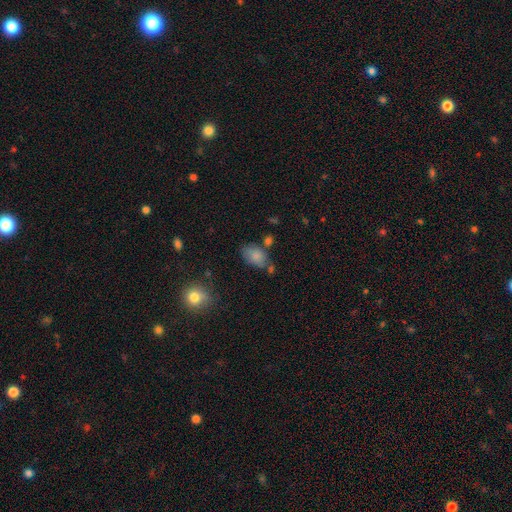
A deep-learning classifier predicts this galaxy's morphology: This is clearly a smooth galaxy (81%). How rounded: clearly in between (89%). Merging: possibly none (55%).